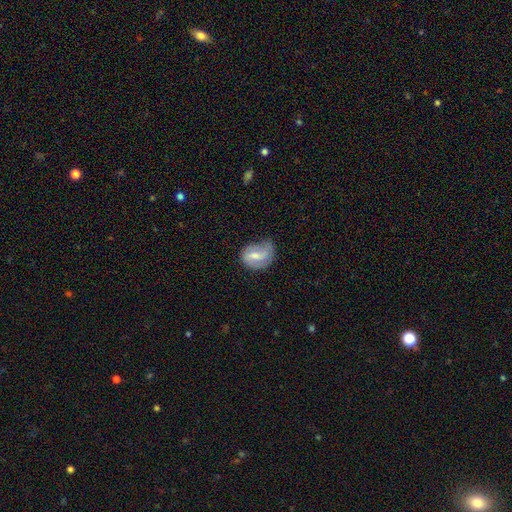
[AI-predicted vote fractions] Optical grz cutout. It shows a featured or disk galaxy (50%). Merging: none (45%).